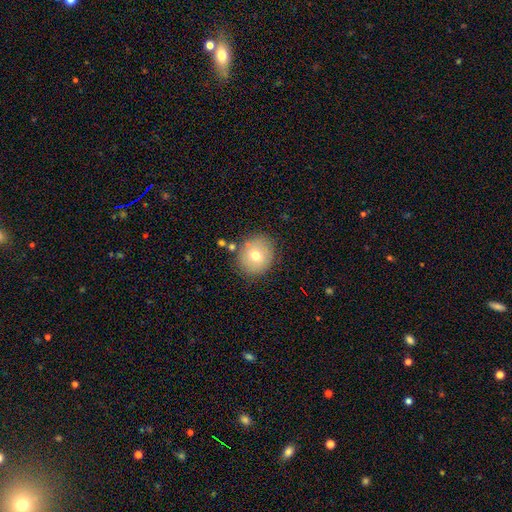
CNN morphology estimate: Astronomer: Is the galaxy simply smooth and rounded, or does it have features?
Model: smooth — 71%.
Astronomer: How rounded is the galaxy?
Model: round — 78%.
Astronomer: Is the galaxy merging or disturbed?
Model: none — 81%.